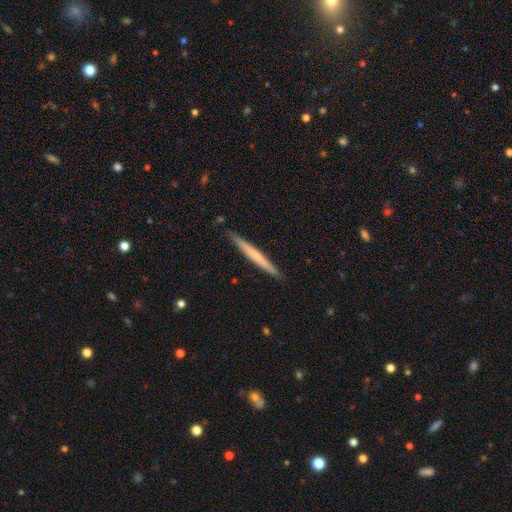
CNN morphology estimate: smooth-or-featured: smooth: 53% | featured or disk: 42% | star or artifact: 5%
  how-rounded: cigar-shaped: 97% | in between: 2% | round: 1%
  merging: none: 90% | minor disturbance: 7% | major disturbance: 1% | merger: 1%